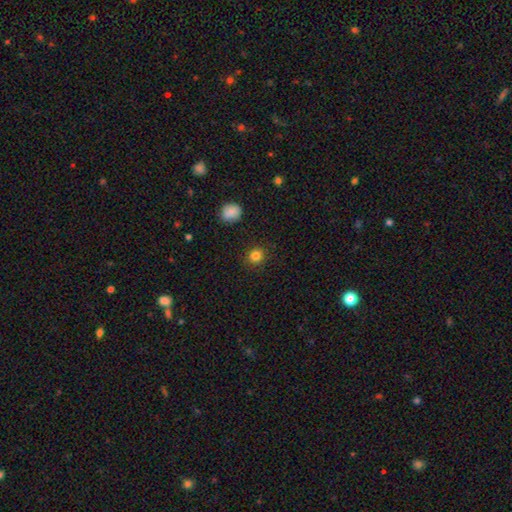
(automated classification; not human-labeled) Smooth or featured?
  - smooth: 83% *
  - star or artifact: 12%
  - featured or disk: 5%
How rounded?
  - round: 89% *
  - in between: 10%
  - cigar-shaped: 1%
Merging?
  - none: 90% *
  - minor disturbance: 7%
  - major disturbance: 2%
  - merger: 1%